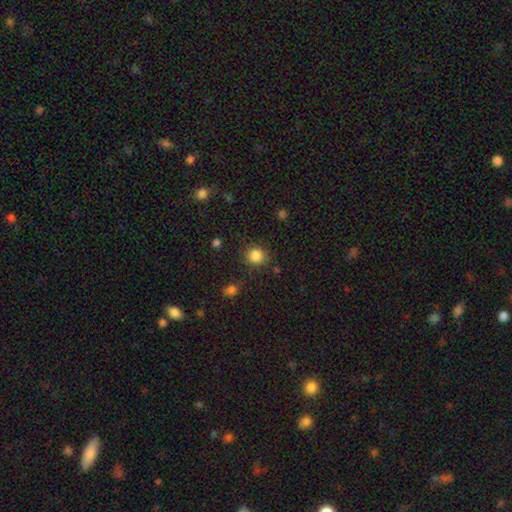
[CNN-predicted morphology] The model was most divided on "merging": none: 84%, minor disturbance: 10%, major disturbance: 4%, merger: 3%. More confident: how rounded — round (87%); smooth or featured — smooth (85%).